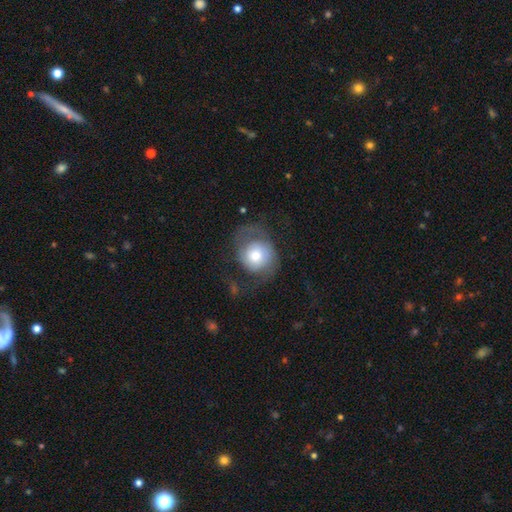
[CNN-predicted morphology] smooth 48%, featured or disk 45%, star or artifact 7%. Down the decision tree: merging — none (44%).